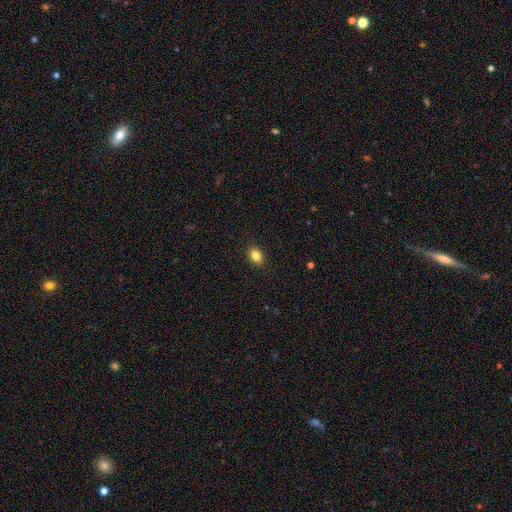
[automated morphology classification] Overall: smooth (84%). How rounded: in between (67%; round 32%). Merging: none (89%).